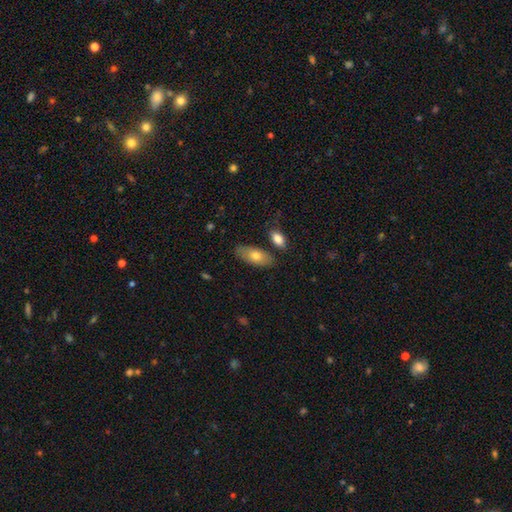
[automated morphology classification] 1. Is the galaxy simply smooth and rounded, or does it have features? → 74% smooth, 20% featured or disk, 6% star or artifact.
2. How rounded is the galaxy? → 86% in between, 11% cigar-shaped, 3% round.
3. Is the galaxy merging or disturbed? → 78% none, 13% minor disturbance, 7% merger, 3% major disturbance.